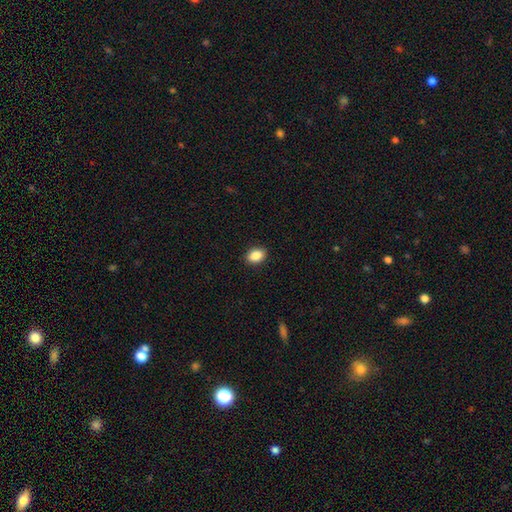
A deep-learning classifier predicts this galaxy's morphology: This appears to be a smooth galaxy with no disk features (88%) that is in between round and cigar-shaped (75%). Merging: none (90%).